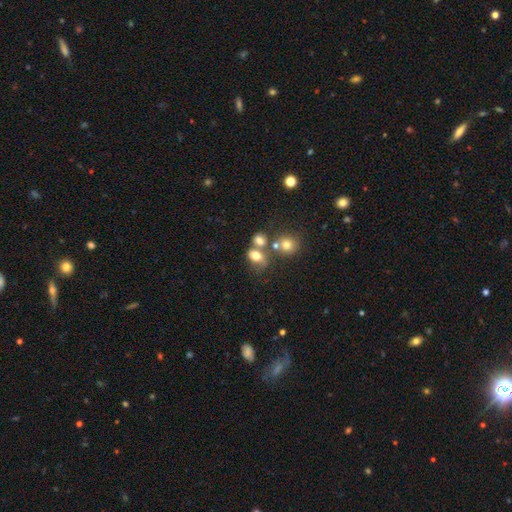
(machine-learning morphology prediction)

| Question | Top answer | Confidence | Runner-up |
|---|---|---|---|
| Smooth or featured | smooth | 73% | featured or disk (14%) |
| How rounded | in between | 67% | round (31%) |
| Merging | none | 40% | merger (36%) |